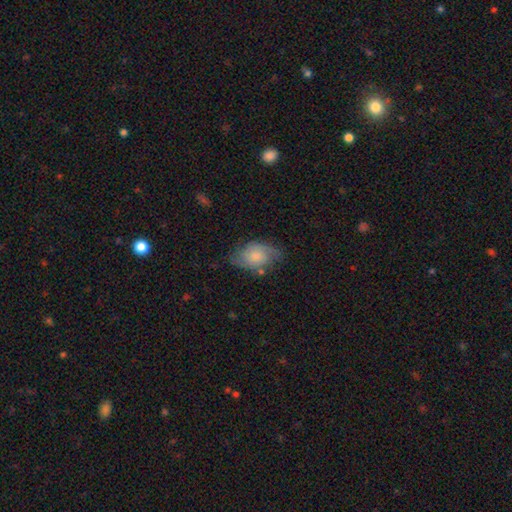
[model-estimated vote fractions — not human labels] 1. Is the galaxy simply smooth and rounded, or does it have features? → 53% smooth, 40% featured or disk, 7% star or artifact.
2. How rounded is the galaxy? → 84% in between, 14% round, 2% cigar-shaped.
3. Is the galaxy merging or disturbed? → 58% none, 29% minor disturbance, 10% major disturbance, 3% merger.